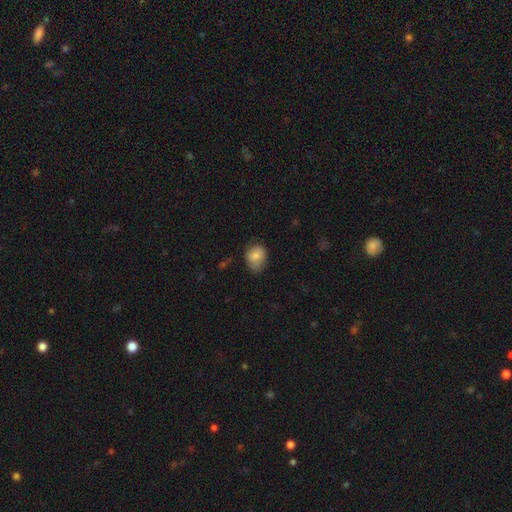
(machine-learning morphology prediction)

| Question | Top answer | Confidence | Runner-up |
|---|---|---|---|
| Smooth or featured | smooth | 80% | featured or disk (11%) |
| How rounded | in between | 53% | round (46%) |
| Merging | none | 61% | minor disturbance (30%) |